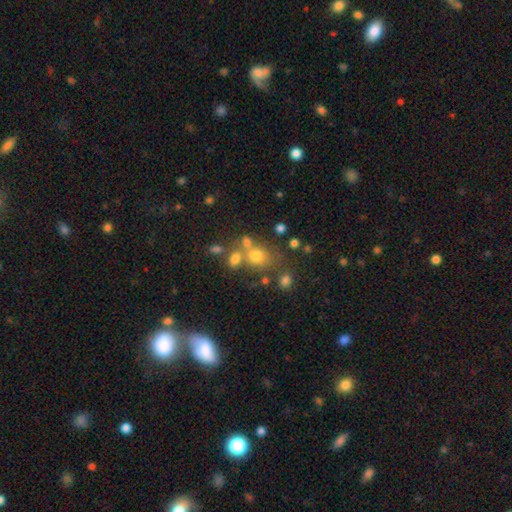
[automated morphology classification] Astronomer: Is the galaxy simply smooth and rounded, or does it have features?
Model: smooth — 64%.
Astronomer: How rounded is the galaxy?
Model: round — 61% (runner-up: in between, 38%).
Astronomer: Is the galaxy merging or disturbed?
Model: none — 51% (runner-up: merger, 29%).